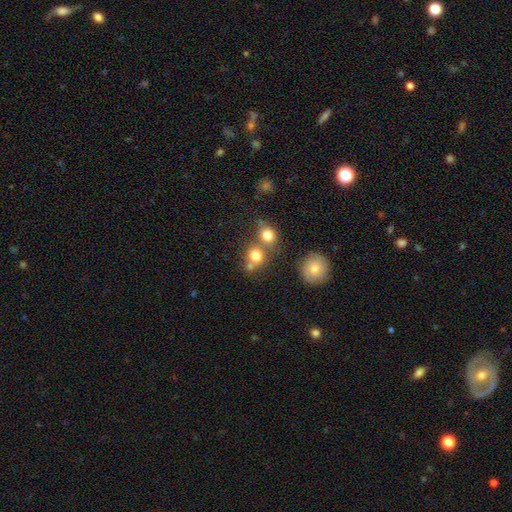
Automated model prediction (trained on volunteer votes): Q: Smooth or featured?
A: smooth (77%); runner-up: star or artifact (13%)
Q: How rounded?
A: round (82%); runner-up: in between (17%)
Q: Merging?
A: none (50%); runner-up: merger (37%)